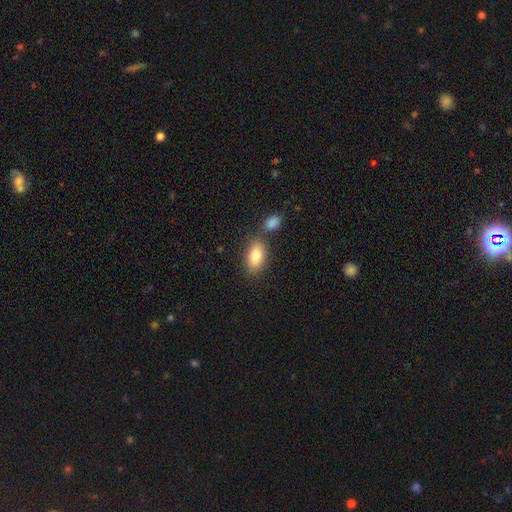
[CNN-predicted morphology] The model was most divided on "merging": none: 68%, merger: 16%, minor disturbance: 12%, major disturbance: 4%. More confident: how rounded — in between (89%); smooth or featured — smooth (80%).